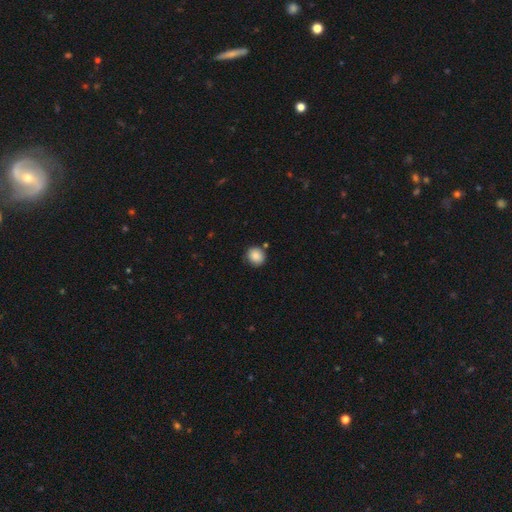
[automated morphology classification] Smooth or featured? smooth (87%)
How rounded? round (85%)
Merging? none (82%)